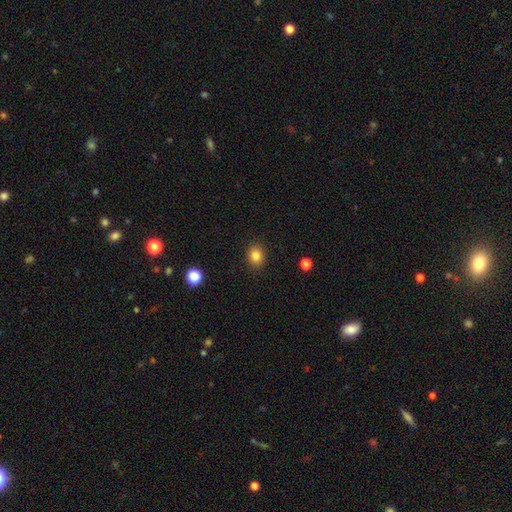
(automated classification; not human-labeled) The model was most divided on "how rounded": round: 54%, in between: 45%, cigar-shaped: 1%. More confident: merging — none (89%); smooth or featured — smooth (84%).